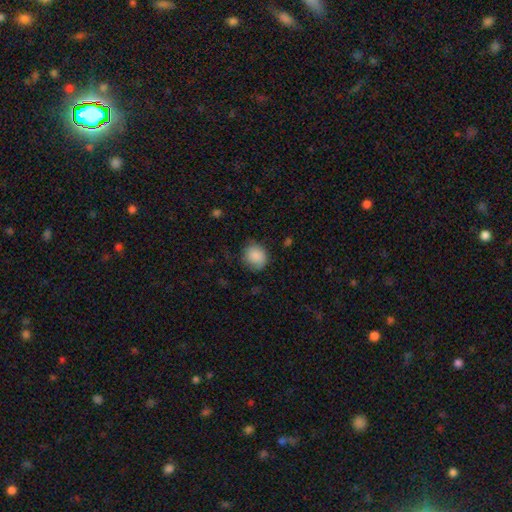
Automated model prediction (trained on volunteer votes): smooth_or_featured: smooth (p=0.87) [alt: star or artifact p=0.07]
how_rounded: round (p=0.74) [alt: in between p=0.25]
merging: none (p=0.70) [alt: minor disturbance p=0.22]